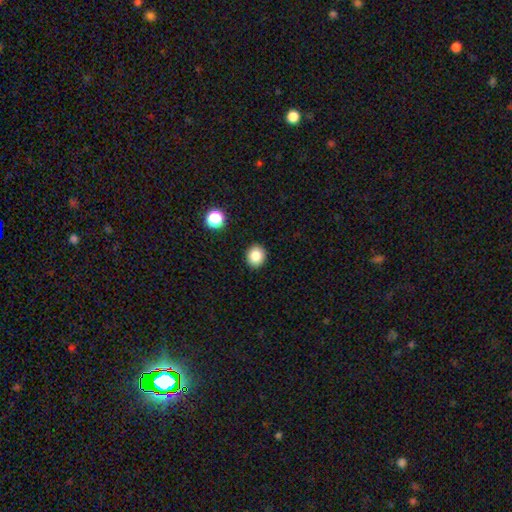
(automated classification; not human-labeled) smooth 84%, star or artifact 10%, featured or disk 5%. Down the decision tree: how rounded — round (79%); merging — none (91%).